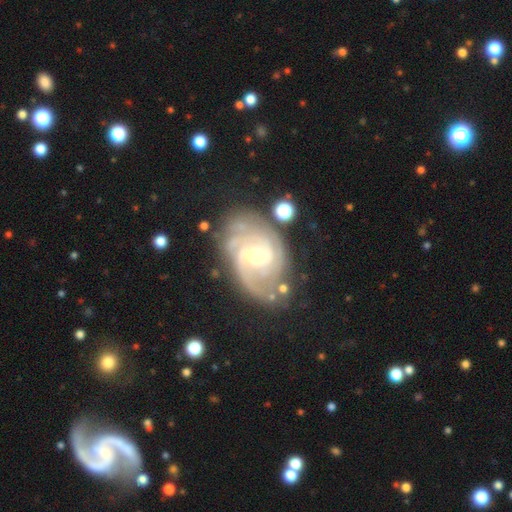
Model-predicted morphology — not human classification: Overall: featured or disk (89%). Edge-on disk: no (97%). Bar: weak (46%; no 41%). Spiral arms: yes (97%). Spiral arm count: 3 (26%; 2 24%). Spiral winding: tight (62%; medium 32%). Bulge size: moderate (56%; small 39%). Merging: none (70%).